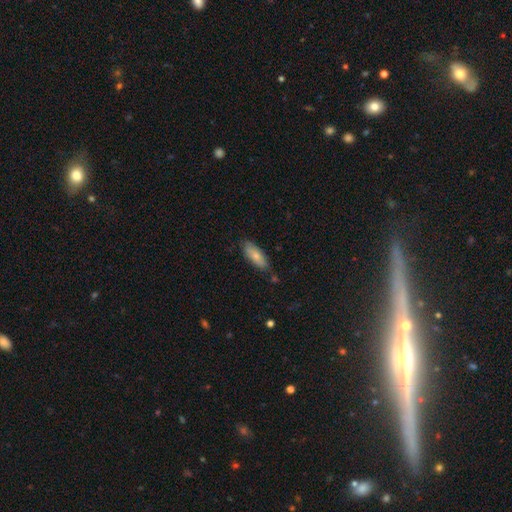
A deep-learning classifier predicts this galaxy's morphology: smooth_or_featured: smooth (p=0.79) [alt: featured or disk p=0.16]
how_rounded: in between (p=0.71) [alt: cigar-shaped p=0.27]
merging: none (p=0.75) [alt: minor disturbance p=0.19]